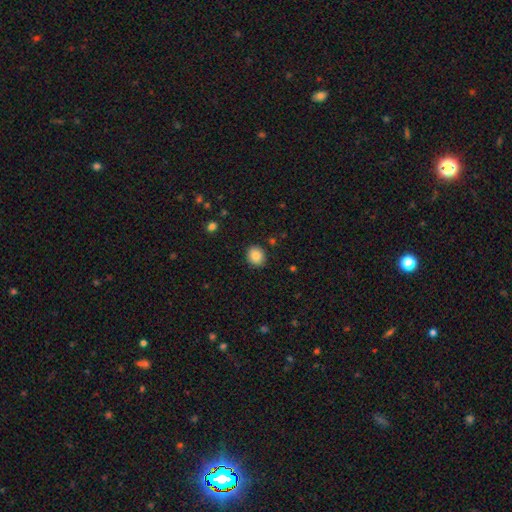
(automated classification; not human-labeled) Smooth or featured: smooth — 87% (star or artifact — 9%)
How rounded: round — 73% (in between — 26%)
Merging: none — 89% (minor disturbance — 7%)